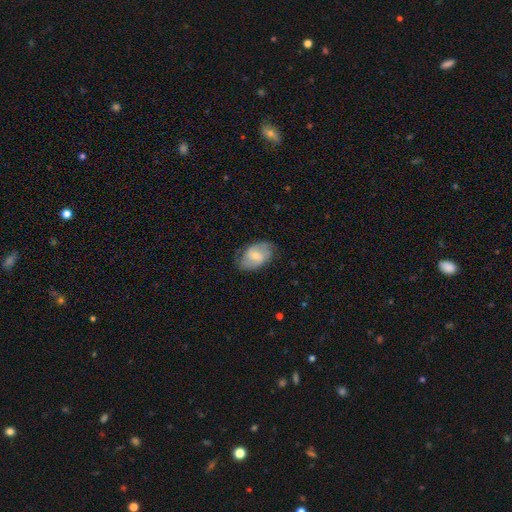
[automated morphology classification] Smooth or featured? featured or disk (56%)
Edge-on disk? no (96%)
Bar? weak (54%)
Spiral arms? yes (81%)
Bulge size? small (51%)
Merging? none (76%)